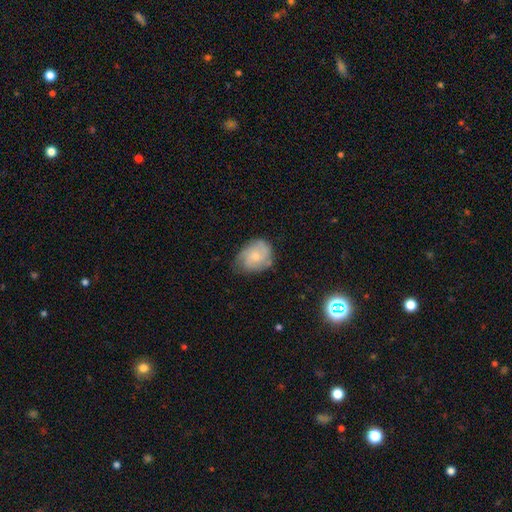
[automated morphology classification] A smooth galaxy with no disk features (49%). Merging: none (60%).